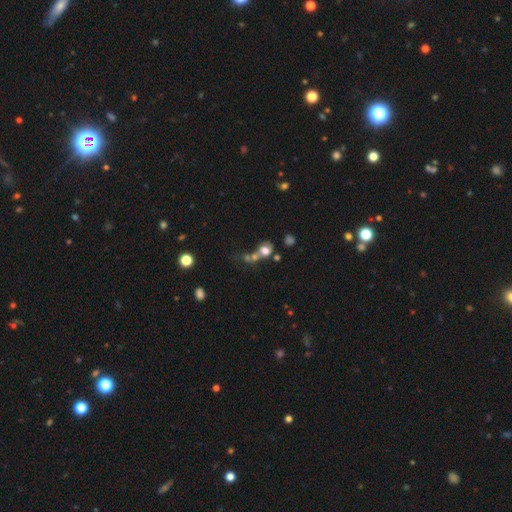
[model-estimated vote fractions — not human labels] Smooth or featured?
  - smooth: 59% *
  - star or artifact: 24%
  - featured or disk: 17%
How rounded?
  - round: 77% *
  - in between: 21%
  - cigar-shaped: 2%
Merging?
  - merger: 45% *
  - none: 38%
  - major disturbance: 8%
  - minor disturbance: 8%